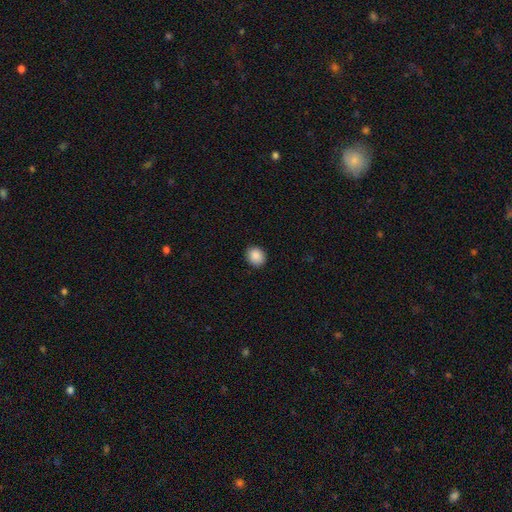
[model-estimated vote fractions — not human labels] Morphology: type=smooth (89%); roundness=round (67%); merging=none (89%).